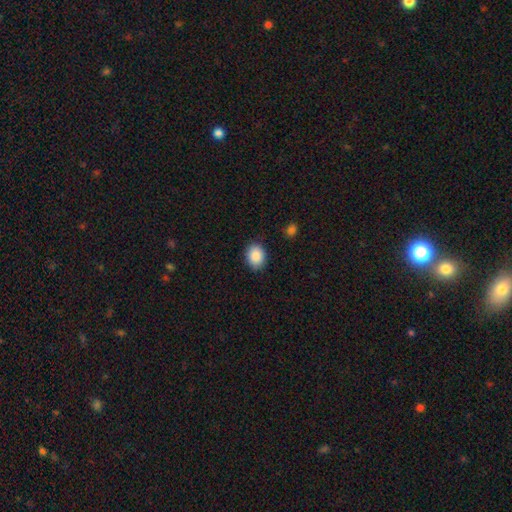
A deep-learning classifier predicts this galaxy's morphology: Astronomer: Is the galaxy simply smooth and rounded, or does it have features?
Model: smooth — 89%.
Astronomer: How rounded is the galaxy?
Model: in between — 59% (runner-up: round, 40%).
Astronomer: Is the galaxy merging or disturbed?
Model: none — 86%.